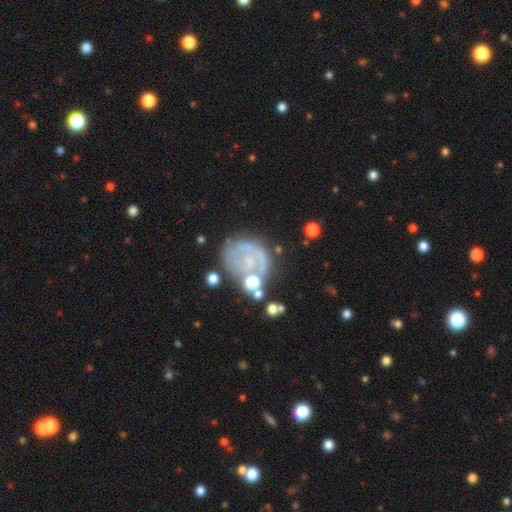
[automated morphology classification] Smooth or featured: featured or disk — 62% (smooth — 26%)
Edge-on disk: no — 98% (yes — 2%)
Bar: no — 73% (weak — 21%)
Spiral arms: yes — 57% (no — 43%)
Bulge size: none — 43% (small — 30%)
Merging: none — 50% (minor disturbance — 21%)